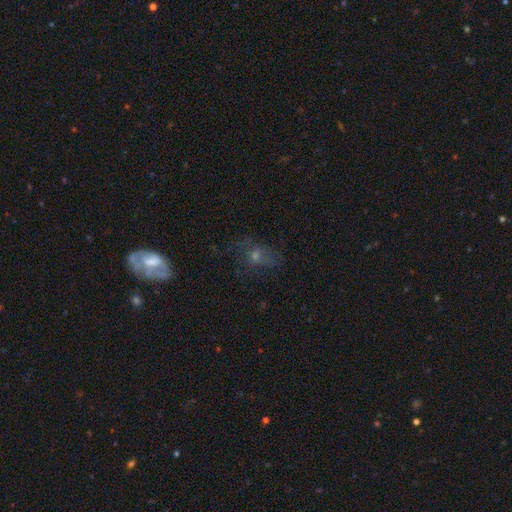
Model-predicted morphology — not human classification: Smooth or featured: featured or disk — 40% (smooth — 36%)
Merging: none — 58% (minor disturbance — 20%)